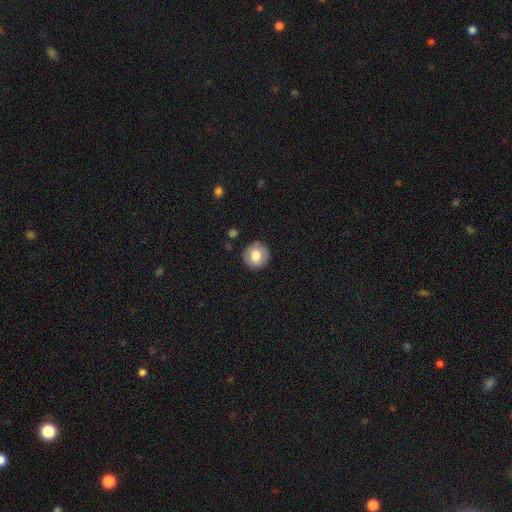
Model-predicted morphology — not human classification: This is likely a smooth galaxy (79%). How rounded: clearly round (92%). Merging: clearly none (88%).